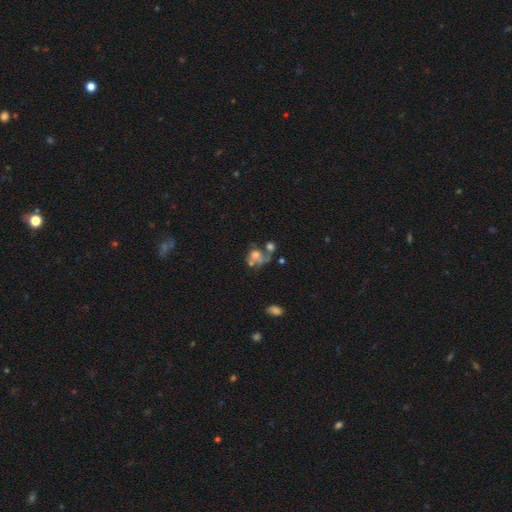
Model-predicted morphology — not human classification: smooth 49%, featured or disk 37%, star or artifact 14%. Down the decision tree: merging — merger (47%).